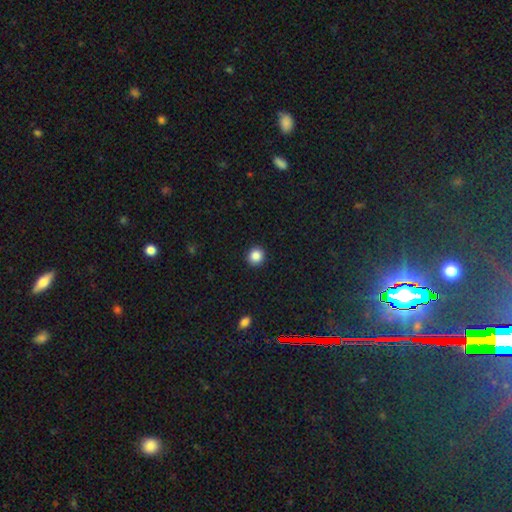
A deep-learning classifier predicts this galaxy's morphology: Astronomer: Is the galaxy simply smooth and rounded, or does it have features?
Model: smooth — 87%.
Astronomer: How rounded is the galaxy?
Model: round — 93%.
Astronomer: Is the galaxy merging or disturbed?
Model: none — 93%.